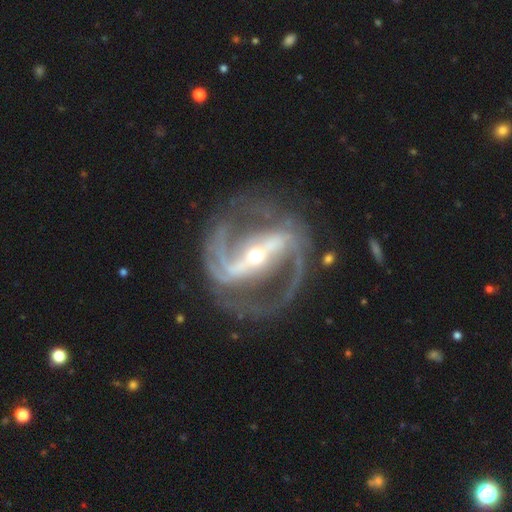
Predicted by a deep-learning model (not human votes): This appears to be a featured or disk galaxy (92%) with a strong bar (77%), 2 (86%) medium (56%) spiral arms (97%) and a small central bulge (62%). Merging: none (75%).